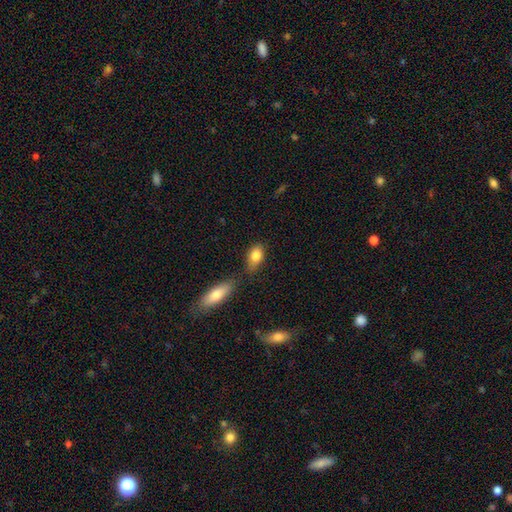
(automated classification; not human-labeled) Smooth or featured? smooth (82%)
How rounded? in between (83%)
Merging? none (60%)